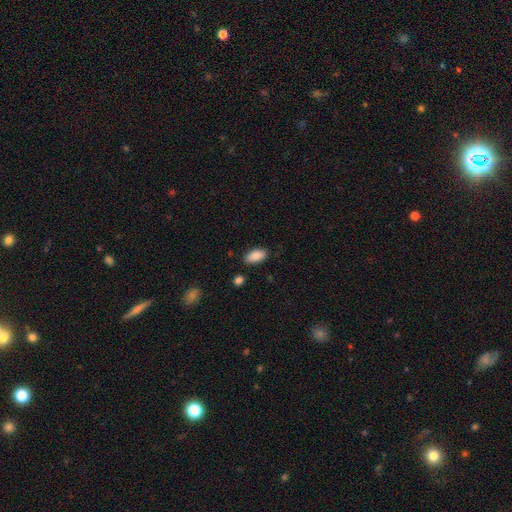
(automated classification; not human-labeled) The model was most divided on "merging": none: 83%, minor disturbance: 12%, major disturbance: 3%, merger: 2%. More confident: how rounded — in between (93%); smooth or featured — smooth (87%).